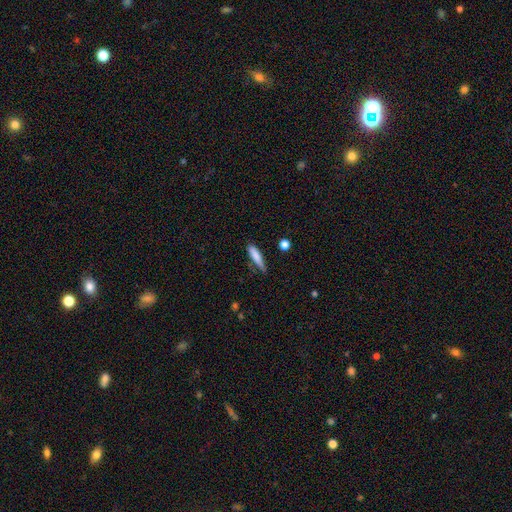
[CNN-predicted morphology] Smooth or featured? Predicted: smooth (p=0.81). How rounded? Predicted: cigar-shaped (p=0.79). Merging? Predicted: none (p=0.67).